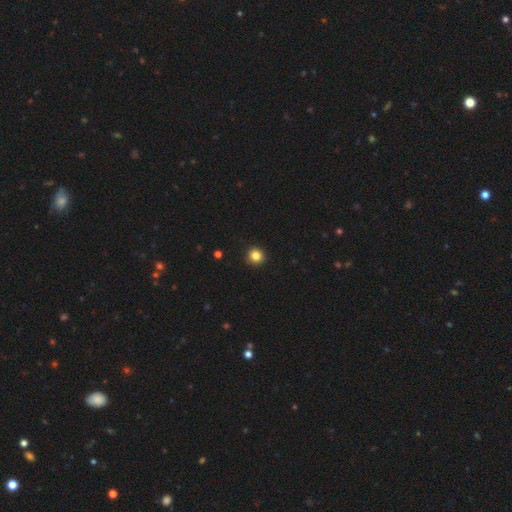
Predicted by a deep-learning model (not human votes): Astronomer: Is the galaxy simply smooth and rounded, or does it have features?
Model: smooth — 84%.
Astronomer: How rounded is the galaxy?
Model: round — 94%.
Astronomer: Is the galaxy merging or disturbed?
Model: none — 93%.